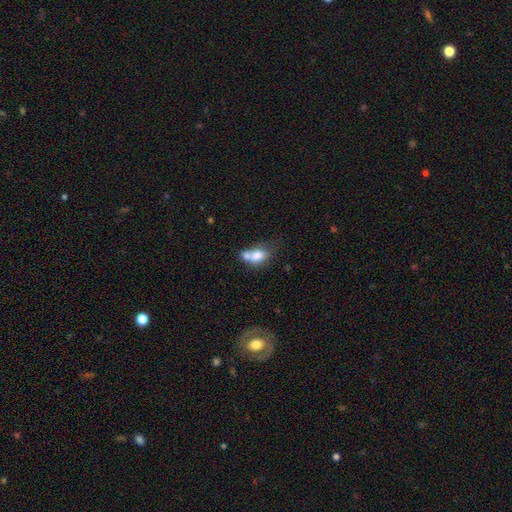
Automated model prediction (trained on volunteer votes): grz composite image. It shows a smooth galaxy with no disk features (74%) that is in between round and cigar-shaped (76%). Merging: merger (55%).